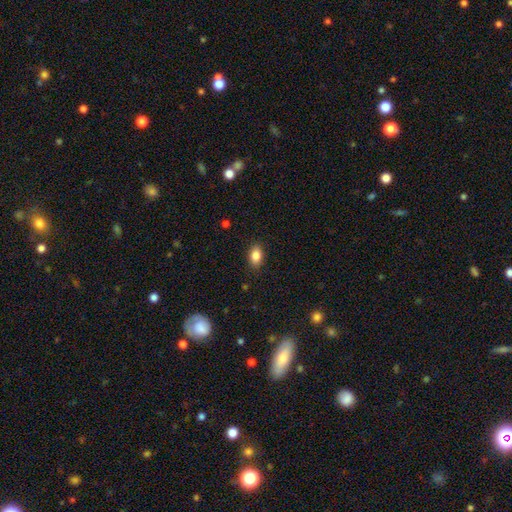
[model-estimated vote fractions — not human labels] This appears to be a smooth galaxy with no disk features (85%) that is in between round and cigar-shaped (87%). Merging: none (87%).